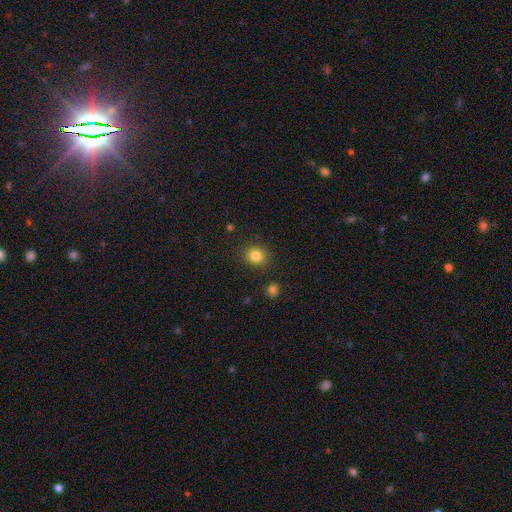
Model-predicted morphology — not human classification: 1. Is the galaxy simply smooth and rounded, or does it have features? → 83% smooth, 11% star or artifact, 6% featured or disk.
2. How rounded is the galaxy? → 74% round, 25% in between, 1% cigar-shaped.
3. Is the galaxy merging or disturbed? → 87% none, 8% minor disturbance, 3% major disturbance, 2% merger.